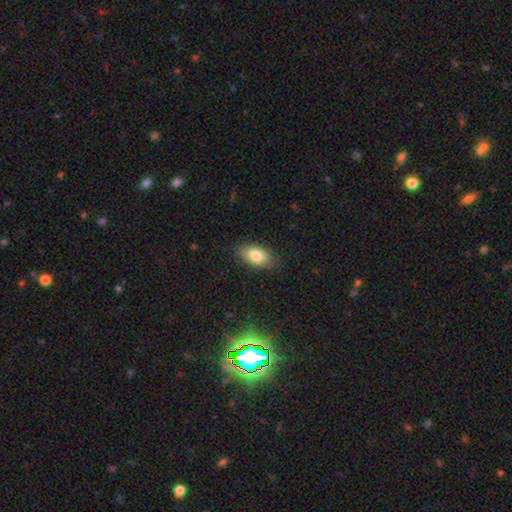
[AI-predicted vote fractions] This is clearly a smooth galaxy (80%). How rounded: clearly in between (91%). Merging: clearly none (85%).